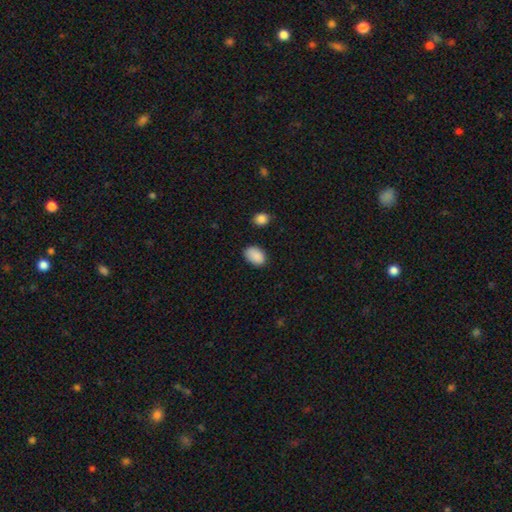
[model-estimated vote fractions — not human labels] Overall: smooth (89%). How rounded: in between (86%). Merging: none (82%).